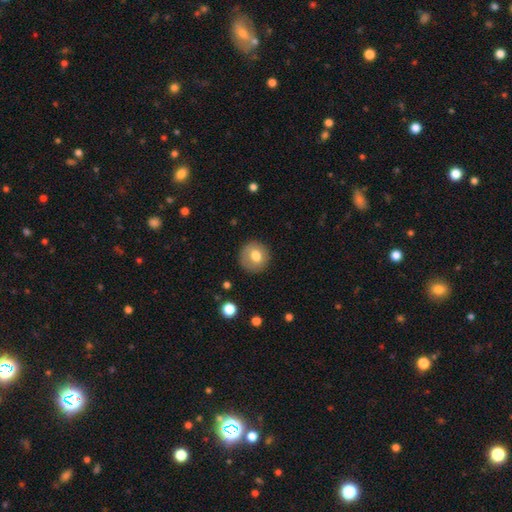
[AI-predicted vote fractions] smooth_or_featured: smooth (p=0.75) [alt: featured or disk p=0.17]
how_rounded: round (p=0.93) [alt: in between p=0.06]
merging: none (p=0.87) [alt: minor disturbance p=0.09]